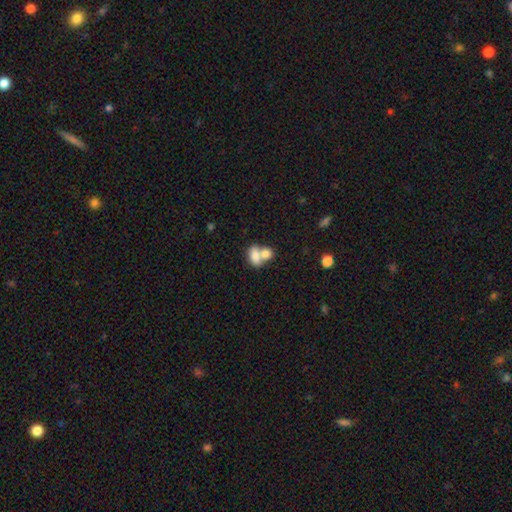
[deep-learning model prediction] smooth-or-featured: smooth: 77% | featured or disk: 15% | star or artifact: 8%
  how-rounded: in between: 78% | round: 19% | cigar-shaped: 3%
  merging: merger: 67% | none: 22% | minor disturbance: 7% | major disturbance: 4%